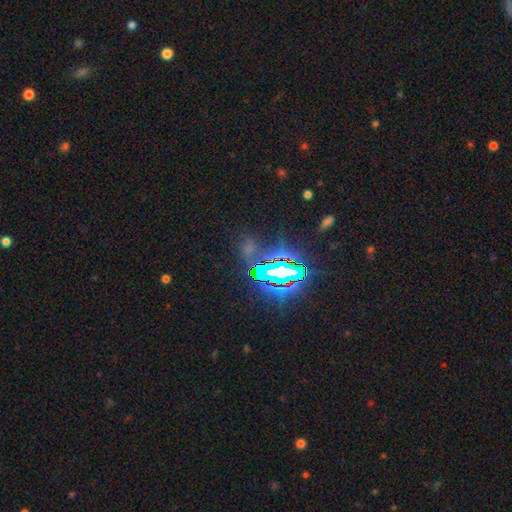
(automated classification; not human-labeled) star or artifact 79%, smooth 12%, featured or disk 9%.